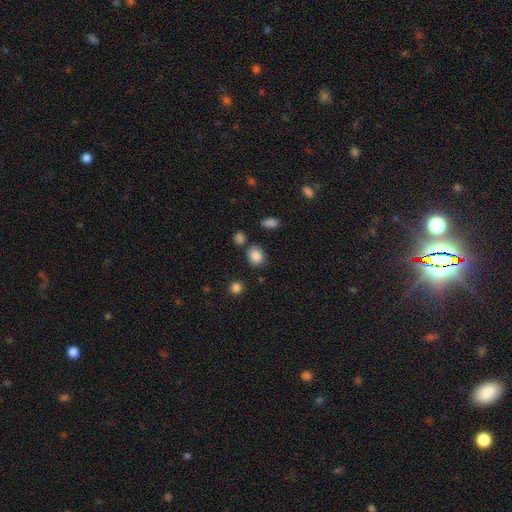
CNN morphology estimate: A smooth galaxy with no disk features (86%) that is round (52%). Merging: none (77%).